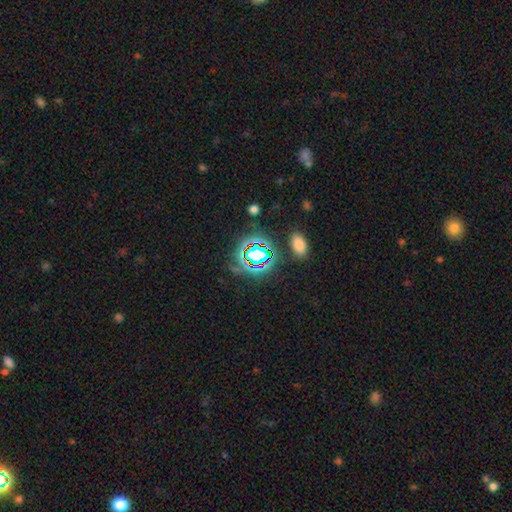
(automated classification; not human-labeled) smooth_or_featured: star or artifact (p=0.67) [alt: smooth p=0.21]